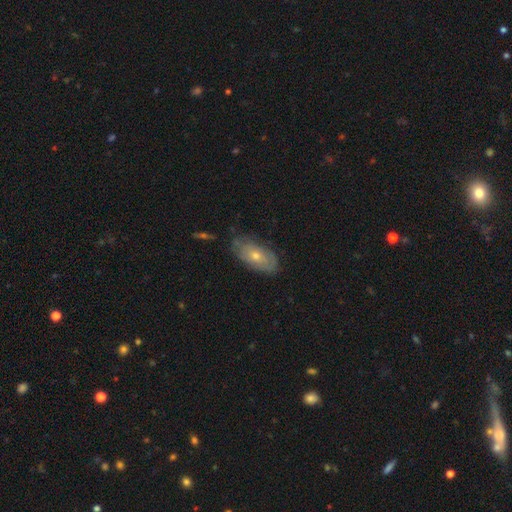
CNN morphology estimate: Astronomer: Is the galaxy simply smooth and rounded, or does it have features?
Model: featured or disk — 49% (runner-up: smooth, 43%).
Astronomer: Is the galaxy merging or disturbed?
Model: none — 73%.